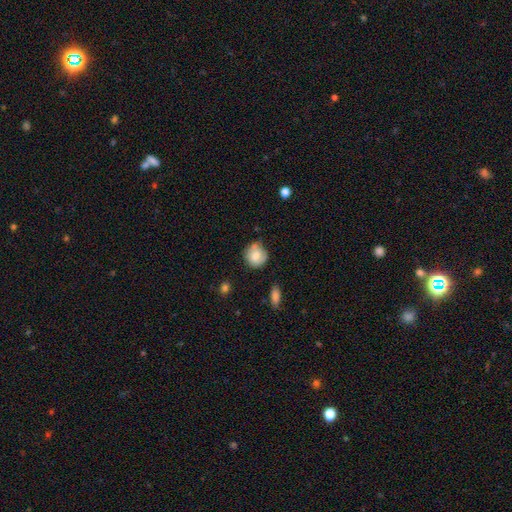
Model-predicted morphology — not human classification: This is likely a smooth galaxy (73%). How rounded: clearly round (84%). Merging: likely none (62%).